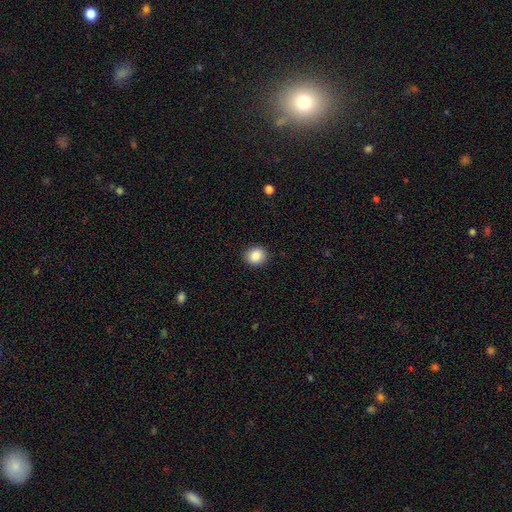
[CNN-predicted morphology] smooth-or-featured: smooth: 87% | star or artifact: 9% | featured or disk: 5%
  how-rounded: round: 79% | in between: 20% | cigar-shaped: 1%
  merging: none: 91% | minor disturbance: 6% | major disturbance: 2% | merger: 1%